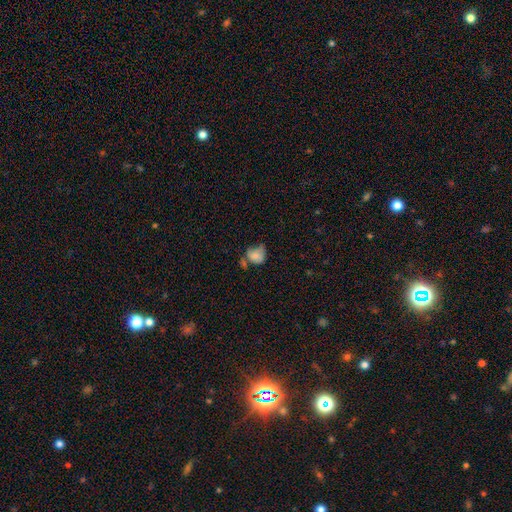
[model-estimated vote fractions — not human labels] Smooth or featured?
  - smooth: 76% *
  - featured or disk: 14%
  - star or artifact: 10%
How rounded?
  - round: 57% *
  - in between: 42%
  - cigar-shaped: 1%
Merging?
  - none: 33% *
  - minor disturbance: 32%
  - merger: 18%
  - major disturbance: 17%